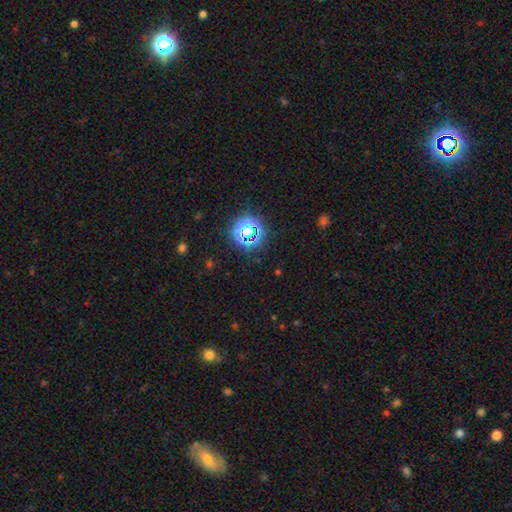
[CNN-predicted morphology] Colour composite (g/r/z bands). It shows a star or artifact, not a galaxy (68%).